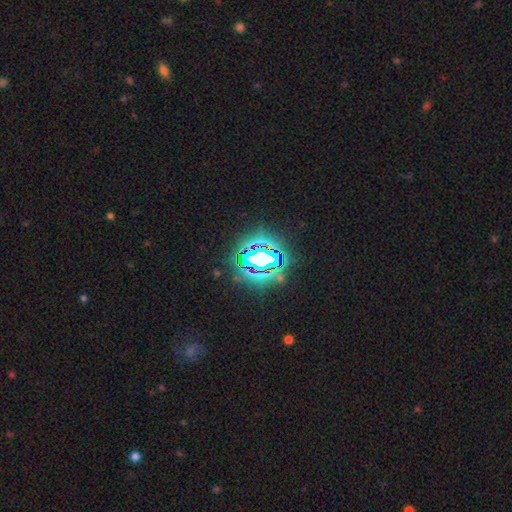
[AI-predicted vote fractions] Overall: star or artifact (73%).